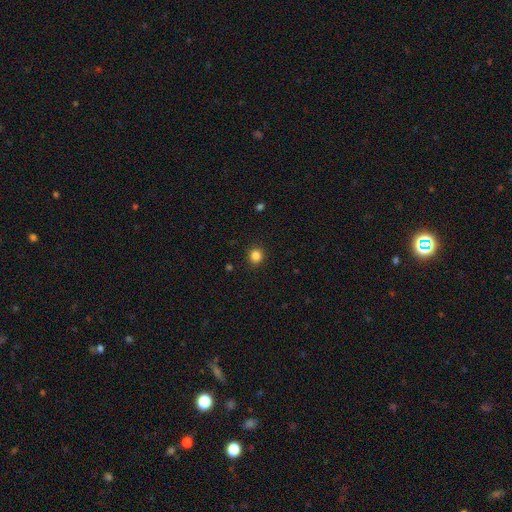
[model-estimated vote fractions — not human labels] Q: Smooth or featured?
A: smooth (84%); runner-up: star or artifact (12%)
Q: How rounded?
A: round (88%); runner-up: in between (11%)
Q: Merging?
A: none (91%); runner-up: minor disturbance (6%)